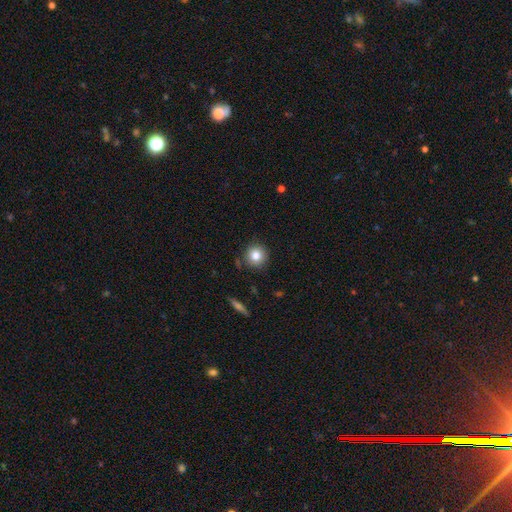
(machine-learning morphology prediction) This appears to be a smooth galaxy with no disk features (80%) that is round (94%). Merging: none (87%).